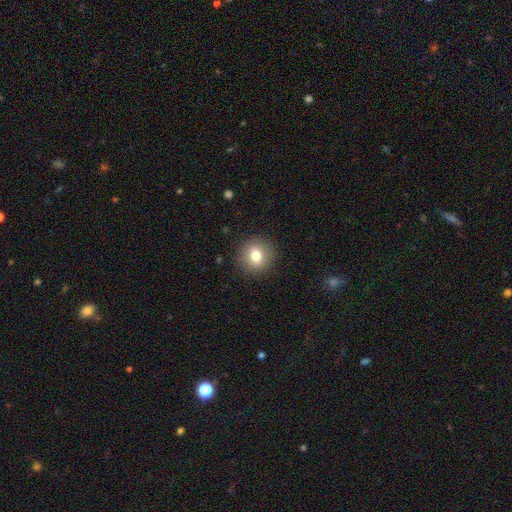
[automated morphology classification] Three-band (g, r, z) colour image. It shows a smooth galaxy with no disk features (78%) that is round (83%). Merging: none (90%).